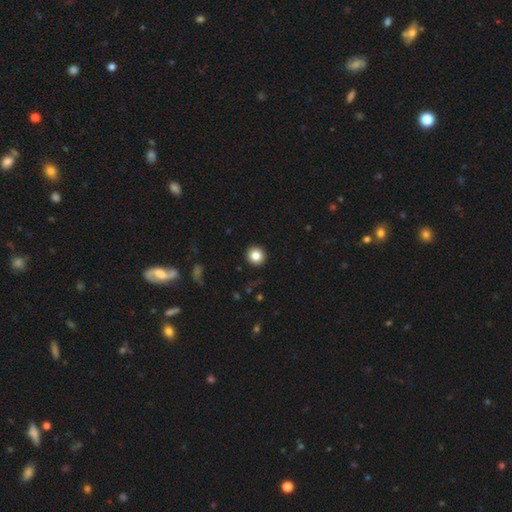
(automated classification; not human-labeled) Smooth or featured? smooth (83%)
How rounded? round (93%)
Merging? none (93%)